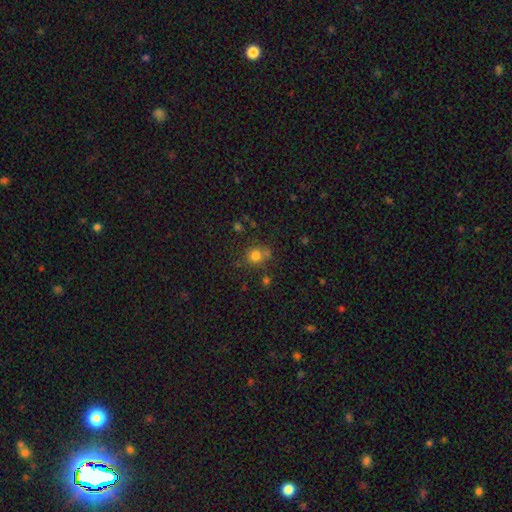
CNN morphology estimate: Q: Smooth or featured?
A: smooth (78%); runner-up: star or artifact (15%)
Q: How rounded?
A: round (82%); runner-up: in between (17%)
Q: Merging?
A: none (65%); runner-up: minor disturbance (16%)